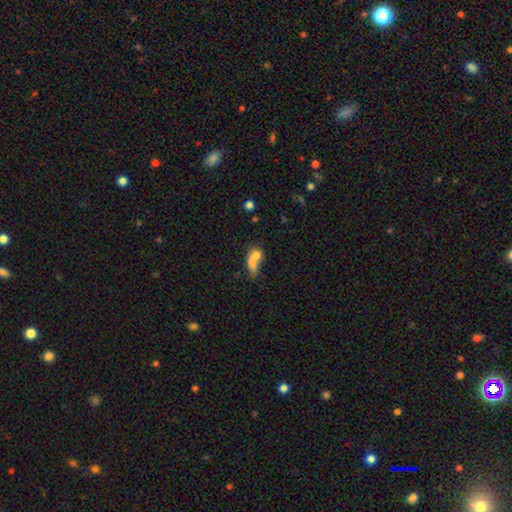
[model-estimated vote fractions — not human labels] smooth_or_featured: smooth (p=0.69) [alt: featured or disk p=0.22]
how_rounded: in between (p=0.61) [alt: round p=0.31]
merging: merger (p=0.66) [alt: none p=0.19]